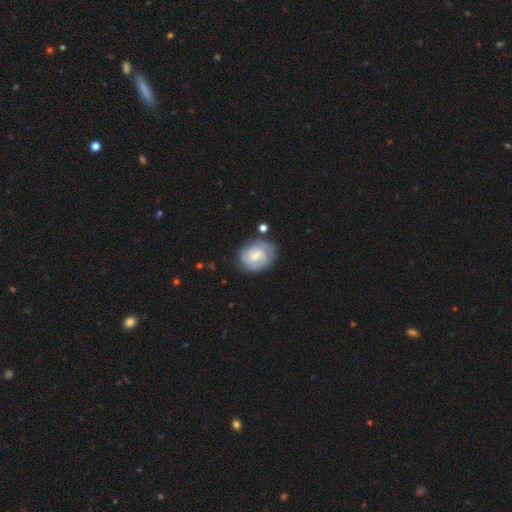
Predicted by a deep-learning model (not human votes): featured or disk 75%, smooth 19%, star or artifact 6%. Down the decision tree: edge-on disk — no (98%); bar — weak (52%); spiral arms — yes (94%); spiral arm count — 2 (41%); spiral winding — tight (56%); bulge size — small (56%); merging — none (74%).